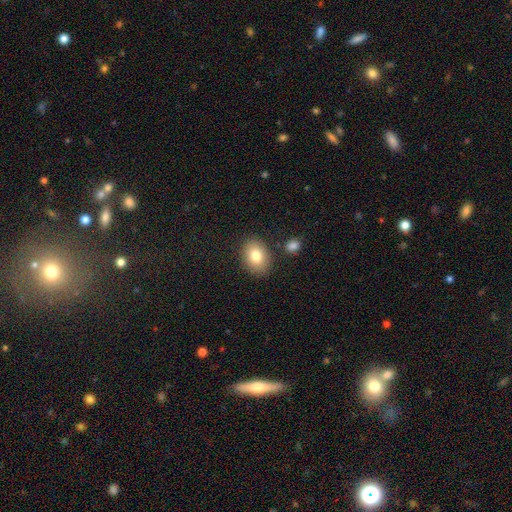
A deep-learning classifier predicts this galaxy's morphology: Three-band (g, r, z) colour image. It shows a smooth galaxy with no disk features (81%) that is in between round and cigar-shaped (75%). Merging: none (84%).